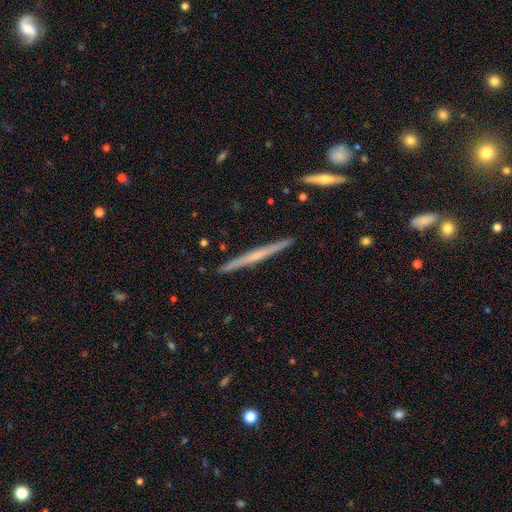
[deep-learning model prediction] Smooth or featured? featured or disk (63%)
Edge-on disk? yes (98%)
Edge-on bulge? none (55%)
Merging? none (92%)